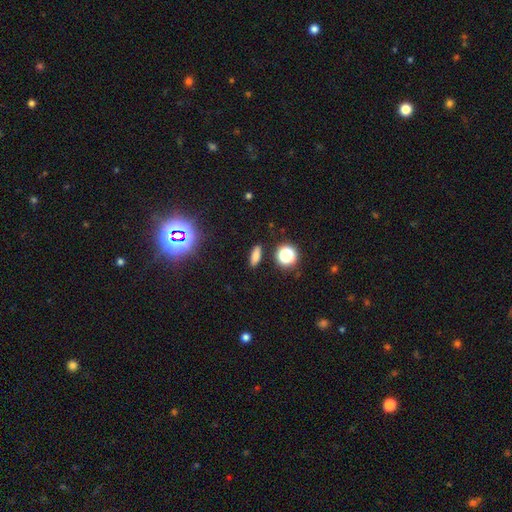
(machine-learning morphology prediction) smooth_or_featured: smooth (p=0.74) [alt: star or artifact p=0.18]
how_rounded: in between (p=0.56) [alt: cigar-shaped p=0.35]
merging: none (p=0.88) [alt: minor disturbance p=0.08]